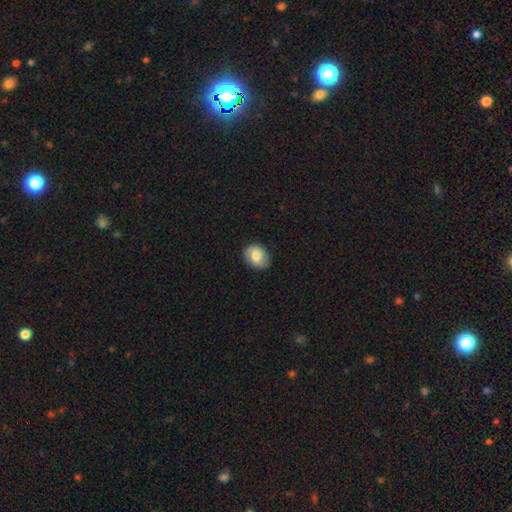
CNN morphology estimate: smooth-or-featured: smooth: 73% | featured or disk: 20% | star or artifact: 8%
  how-rounded: in between: 57% | round: 42% | cigar-shaped: 1%
  merging: none: 84% | minor disturbance: 12% | major disturbance: 3% | merger: 1%